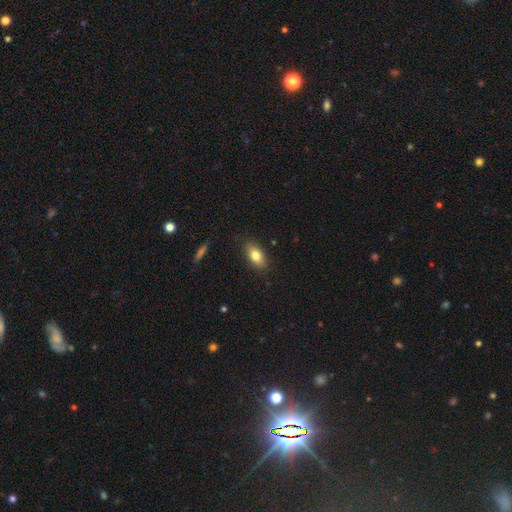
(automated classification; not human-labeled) smooth-or-featured: smooth: 81% | featured or disk: 11% | star or artifact: 8%
  how-rounded: in between: 88% | cigar-shaped: 6% | round: 6%
  merging: none: 86% | minor disturbance: 11% | major disturbance: 2% | merger: 1%